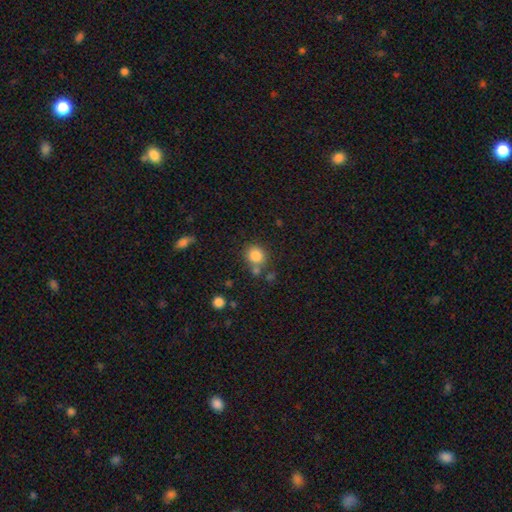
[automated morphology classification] A smooth galaxy with no disk features (83%) that is round (81%). Merging: none (68%).